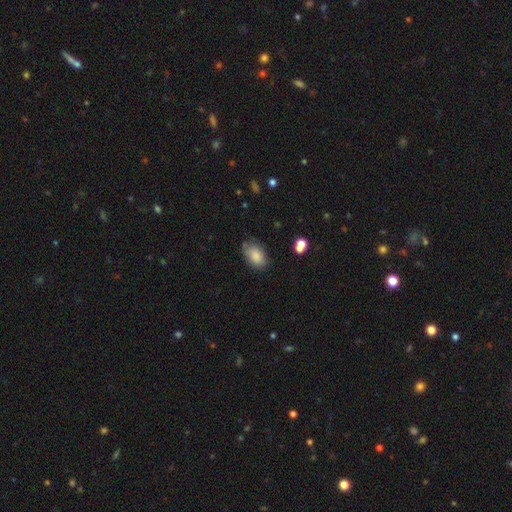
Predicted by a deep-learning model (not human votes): This appears to be a smooth galaxy with no disk features (84%) that is in between round and cigar-shaped (90%). Merging: none (70%).